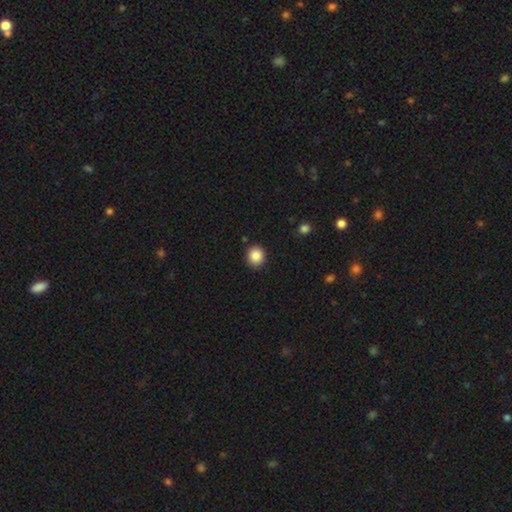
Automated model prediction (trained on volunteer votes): Smooth or featured? smooth (87%)
How rounded? round (89%)
Merging? none (89%)